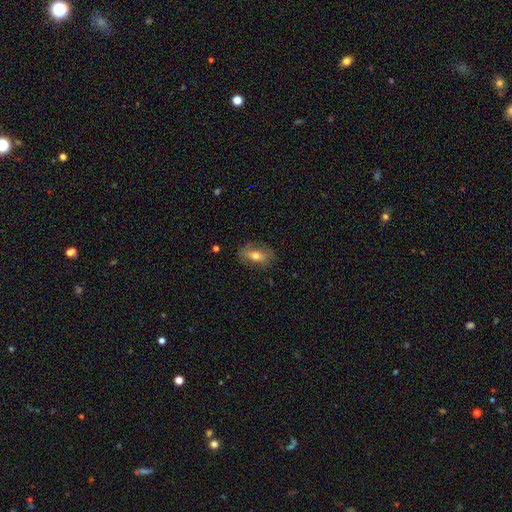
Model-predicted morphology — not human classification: Smooth or featured?
  - smooth: 57% *
  - featured or disk: 34%
  - star or artifact: 9%
How rounded?
  - in between: 79% *
  - round: 11%
  - cigar-shaped: 10%
Merging?
  - none: 77% *
  - minor disturbance: 16%
  - major disturbance: 5%
  - merger: 1%